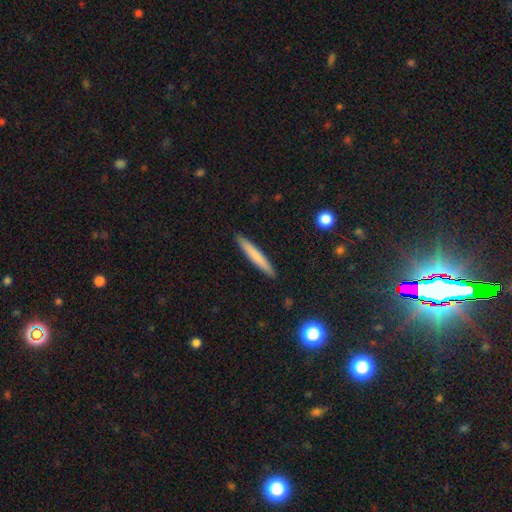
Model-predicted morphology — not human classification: Overall: smooth (73%). How rounded: cigar-shaped (96%). Merging: none (92%).